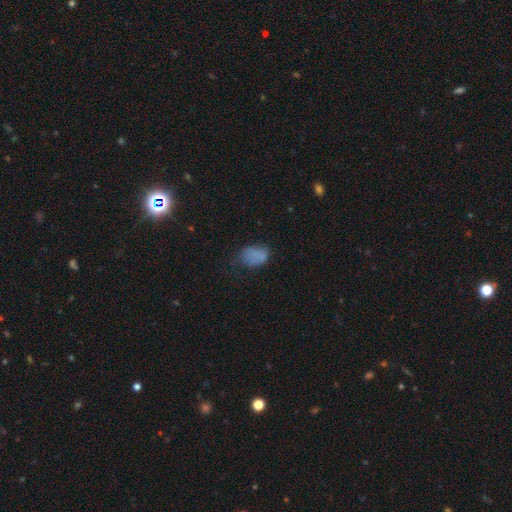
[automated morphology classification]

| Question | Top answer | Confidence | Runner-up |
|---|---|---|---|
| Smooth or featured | smooth | 76% | star or artifact (13%) |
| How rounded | in between | 85% | round (13%) |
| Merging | none | 45% | minor disturbance (33%) |